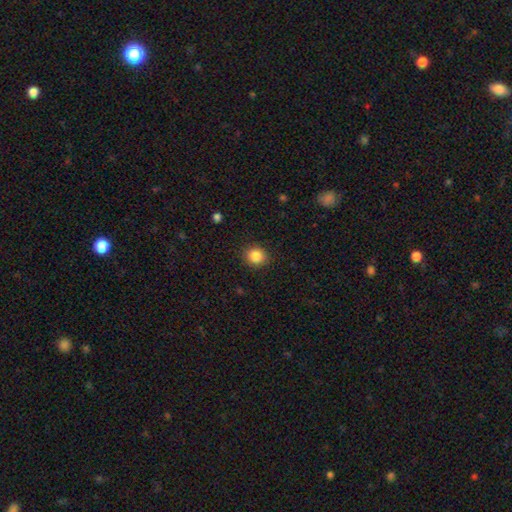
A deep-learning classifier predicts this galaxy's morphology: Smooth or featured? Predicted: smooth (p=0.86). How rounded? Predicted: round (p=0.84). Merging? Predicted: none (p=0.89).